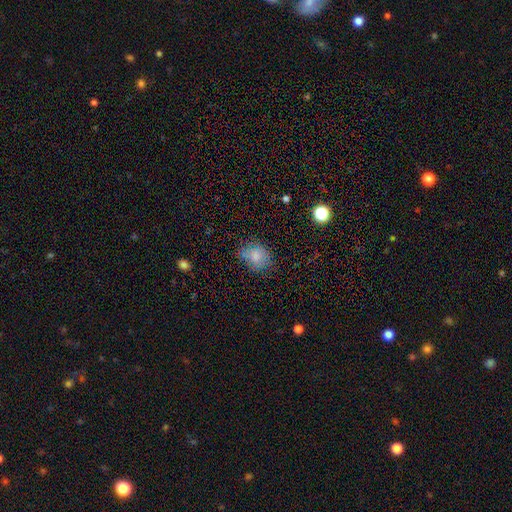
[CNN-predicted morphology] This appears to be a smooth galaxy with no disk features (80%) that is round (51%). Merging: none (70%).